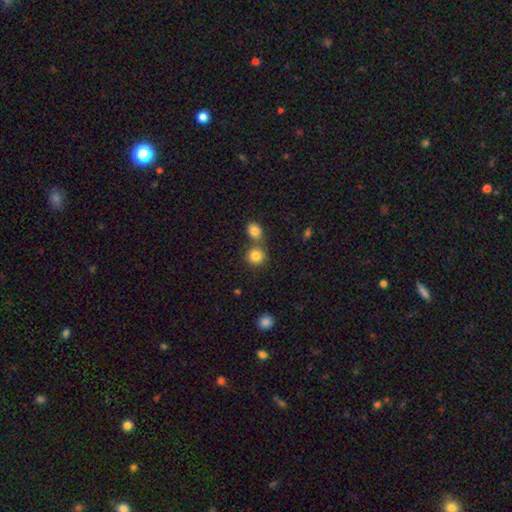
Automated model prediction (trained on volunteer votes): smooth-or-featured: smooth: 84% | star or artifact: 10% | featured or disk: 6%
  how-rounded: round: 87% | in between: 12% | cigar-shaped: 1%
  merging: none: 59% | merger: 31% | minor disturbance: 8% | major disturbance: 3%